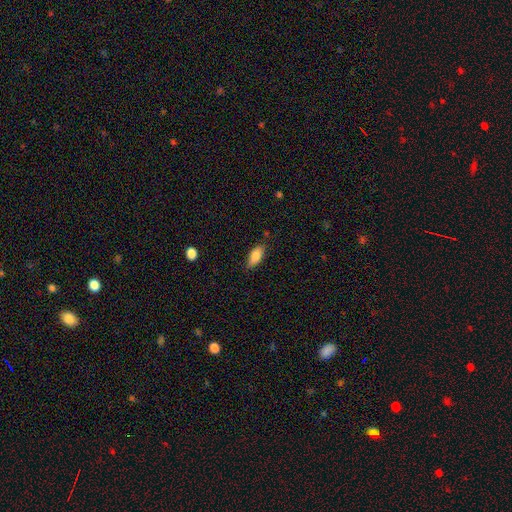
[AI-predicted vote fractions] Smooth or featured: smooth — 82% (featured or disk — 11%)
How rounded: in between — 85% (cigar-shaped — 12%)
Merging: none — 74% (minor disturbance — 21%)